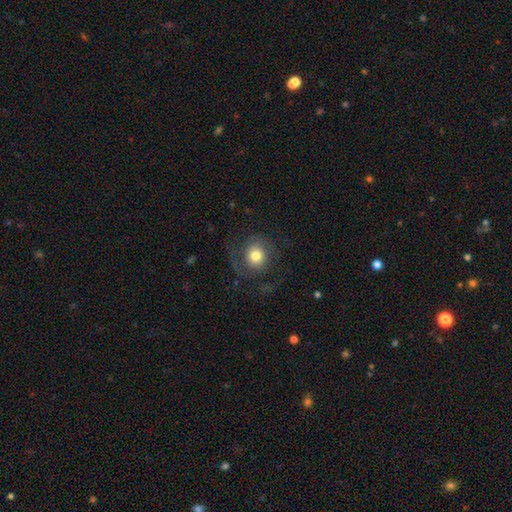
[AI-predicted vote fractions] The model was most divided on "smooth or featured": smooth: 56%, featured or disk: 35%, star or artifact: 9%. More confident: how rounded — round (83%); merging — none (61%).